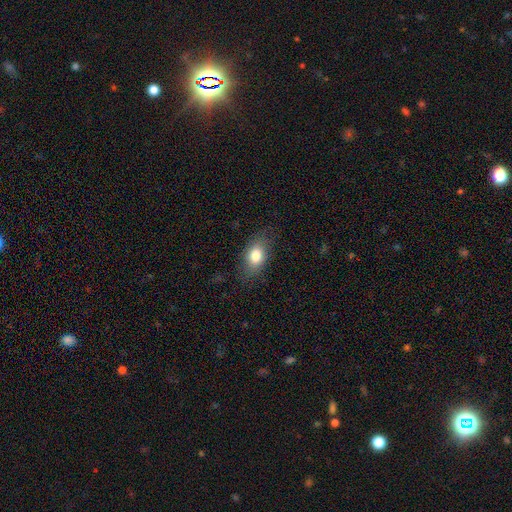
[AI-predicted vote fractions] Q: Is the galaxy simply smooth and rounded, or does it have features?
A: smooth — 80%.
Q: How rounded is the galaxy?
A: in between — 84%.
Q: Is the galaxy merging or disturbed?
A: none — 78%.